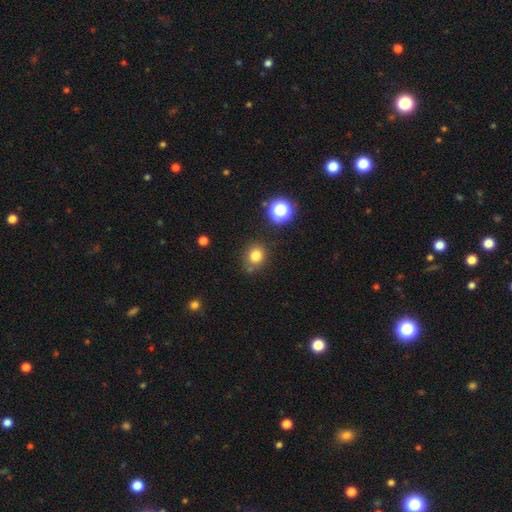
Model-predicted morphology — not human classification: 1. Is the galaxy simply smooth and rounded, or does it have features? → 80% smooth, 14% star or artifact, 6% featured or disk.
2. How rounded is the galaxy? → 79% round, 20% in between, 1% cigar-shaped.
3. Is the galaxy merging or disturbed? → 77% none, 13% minor disturbance, 6% merger, 4% major disturbance.